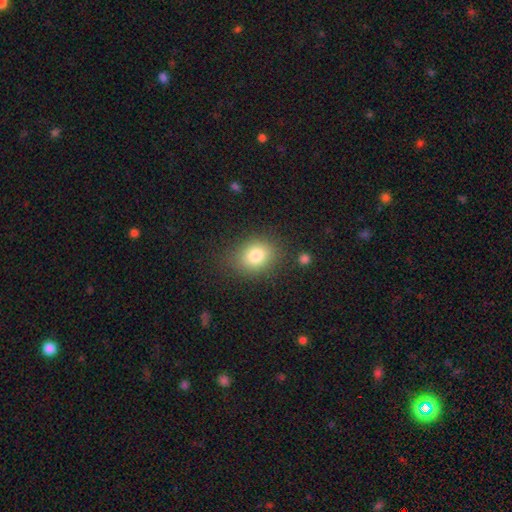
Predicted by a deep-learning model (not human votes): Smooth or featured? smooth (80%)
How rounded? in between (51%)
Merging? none (80%)